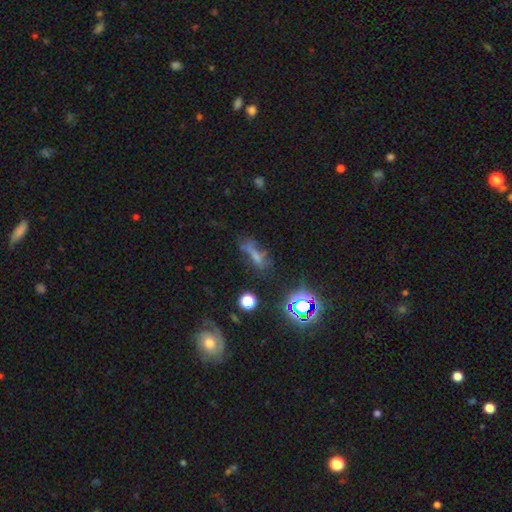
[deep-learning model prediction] Smooth or featured: smooth — 39% (star or artifact — 34%)
Merging: none — 40% (major disturbance — 25%)